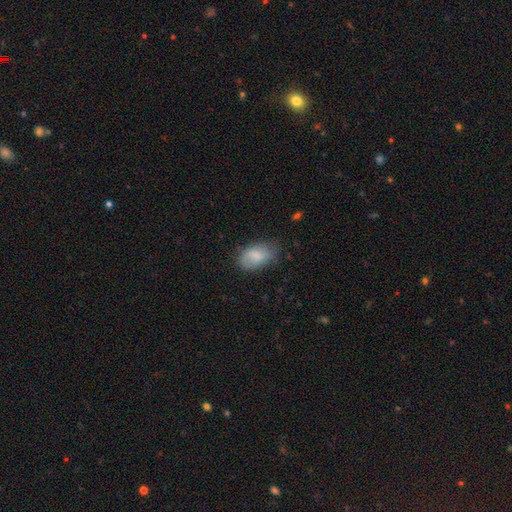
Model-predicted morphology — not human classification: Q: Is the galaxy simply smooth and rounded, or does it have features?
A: smooth — 79%.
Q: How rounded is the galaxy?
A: in between — 91%.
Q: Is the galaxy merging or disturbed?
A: none — 63%.